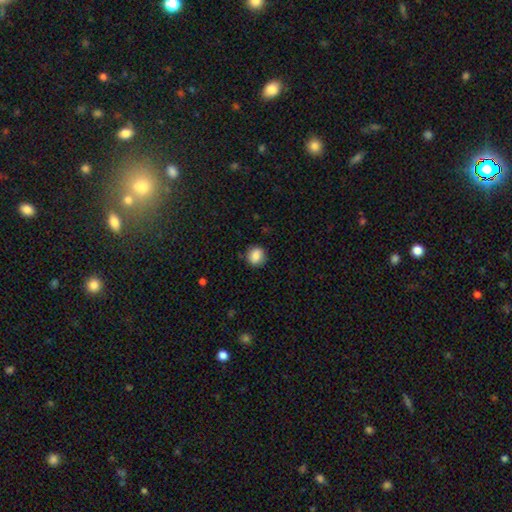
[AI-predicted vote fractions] Q: Smooth or featured?
A: smooth (85%); runner-up: star or artifact (9%)
Q: How rounded?
A: round (81%); runner-up: in between (18%)
Q: Merging?
A: none (83%); runner-up: minor disturbance (12%)